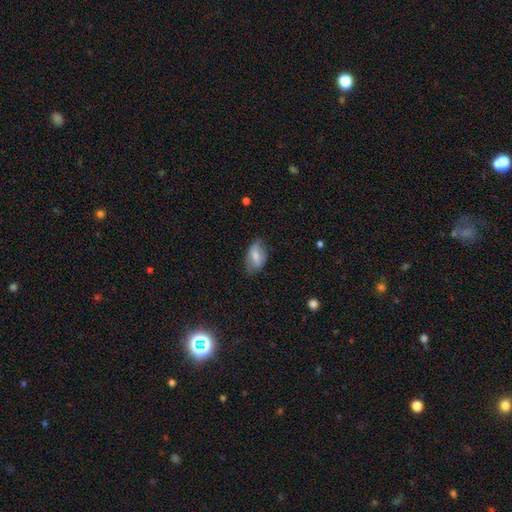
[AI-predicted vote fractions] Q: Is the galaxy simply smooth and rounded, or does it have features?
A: smooth — 66%.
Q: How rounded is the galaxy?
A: in between — 90%.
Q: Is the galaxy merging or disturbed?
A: none — 67%.